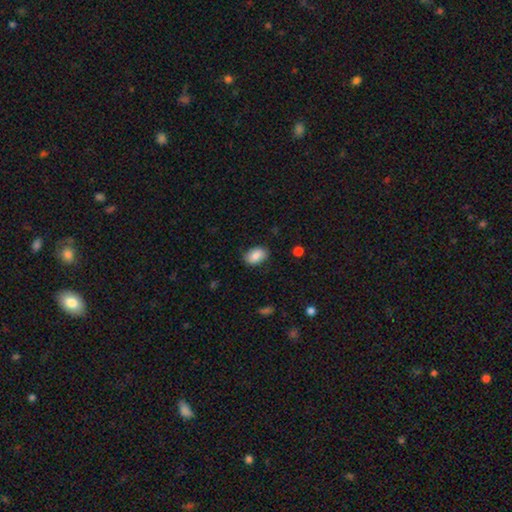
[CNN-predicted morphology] The model was most divided on "merging": none: 84%, minor disturbance: 12%, major disturbance: 3%, merger: 1%. More confident: how rounded — in between (89%); smooth or featured — smooth (85%).